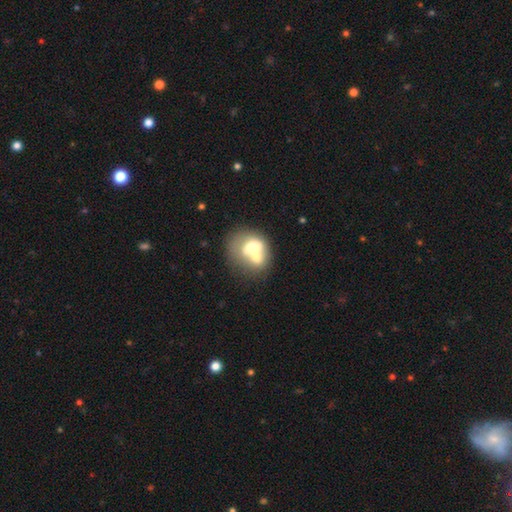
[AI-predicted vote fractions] smooth-or-featured: smooth: 57% | featured or disk: 35% | star or artifact: 9%
  how-rounded: round: 61% | in between: 38% | cigar-shaped: 1%
  merging: merger: 63% | none: 23% | minor disturbance: 8% | major disturbance: 6%